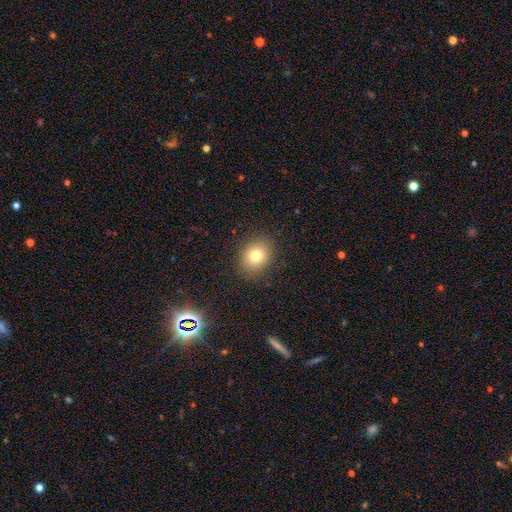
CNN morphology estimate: Smooth or featured?
  - smooth: 77% *
  - star or artifact: 12%
  - featured or disk: 11%
How rounded?
  - round: 60% *
  - in between: 39%
  - cigar-shaped: 1%
Merging?
  - none: 87% *
  - minor disturbance: 9%
  - major disturbance: 3%
  - merger: 1%